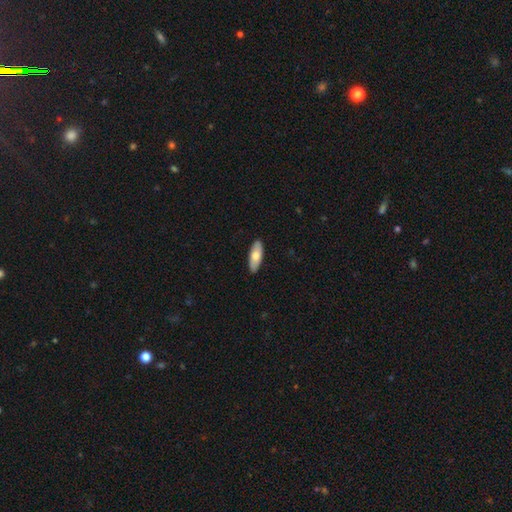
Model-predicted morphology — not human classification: smooth-or-featured: smooth: 69% | featured or disk: 25% | star or artifact: 5%
  how-rounded: in between: 71% | cigar-shaped: 27% | round: 2%
  merging: none: 89% | minor disturbance: 9% | major disturbance: 1% | merger: 1%